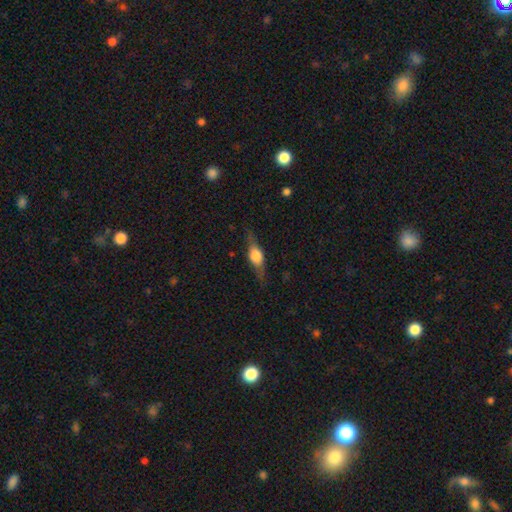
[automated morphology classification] The model was most divided on "smooth or featured": featured or disk: 55%, smooth: 37%, star or artifact: 7%. More confident: edge-on disk — yes (92%); edge-on bulge — rounded (90%); merging — none (78%).